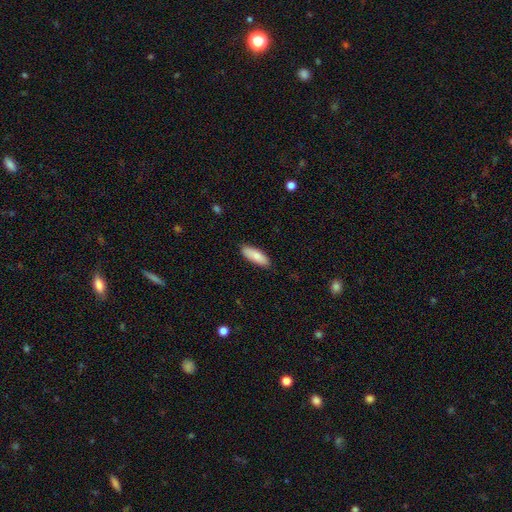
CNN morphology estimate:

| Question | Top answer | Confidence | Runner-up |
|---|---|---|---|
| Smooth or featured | smooth | 83% | featured or disk (11%) |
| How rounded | in between | 65% | cigar-shaped (34%) |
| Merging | none | 86% | minor disturbance (11%) |